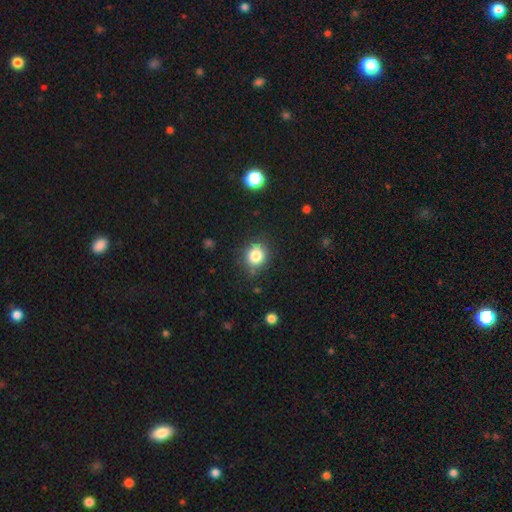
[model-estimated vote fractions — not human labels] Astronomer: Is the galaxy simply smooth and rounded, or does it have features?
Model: smooth — 82%.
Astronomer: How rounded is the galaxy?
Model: round — 75%.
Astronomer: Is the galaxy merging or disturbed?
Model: none — 81%.